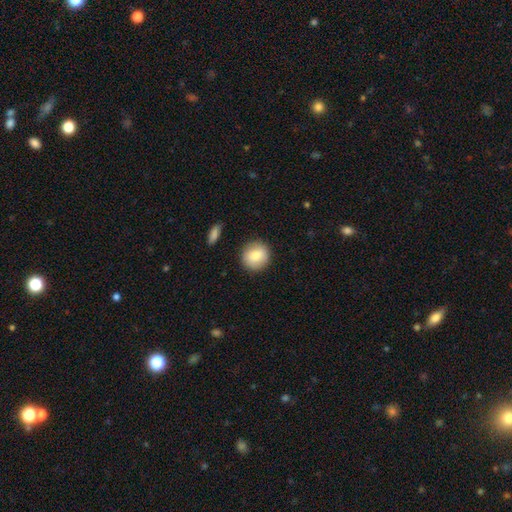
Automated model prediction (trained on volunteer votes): Q: Smooth or featured?
A: smooth (82%); runner-up: featured or disk (10%)
Q: How rounded?
A: round (91%); runner-up: in between (8%)
Q: Merging?
A: none (89%); runner-up: minor disturbance (8%)